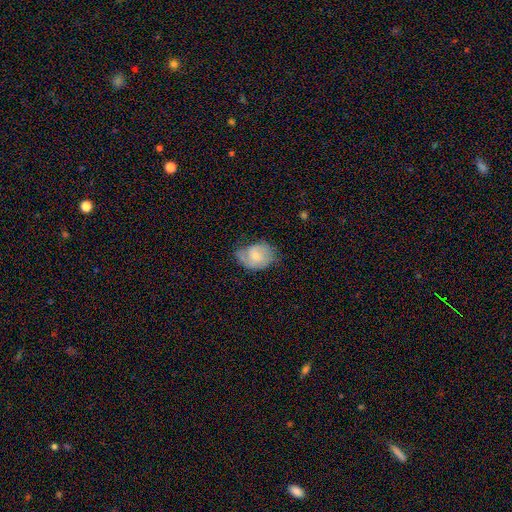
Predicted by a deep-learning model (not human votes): Overall: featured or disk (57%; smooth 36%). Edge-on disk: no (97%). Bar: no (62%; weak 33%). Spiral arms: yes (85%). Bulge size: small (51%; moderate 41%). Merging: none (53%; minor disturbance 32%).